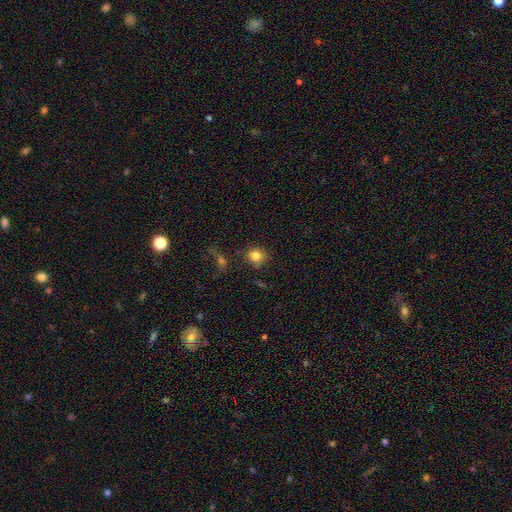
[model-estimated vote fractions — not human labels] smooth-or-featured: smooth: 81% | star or artifact: 12% | featured or disk: 7%
  how-rounded: round: 84% | in between: 15% | cigar-shaped: 1%
  merging: none: 83% | minor disturbance: 10% | merger: 4% | major disturbance: 4%